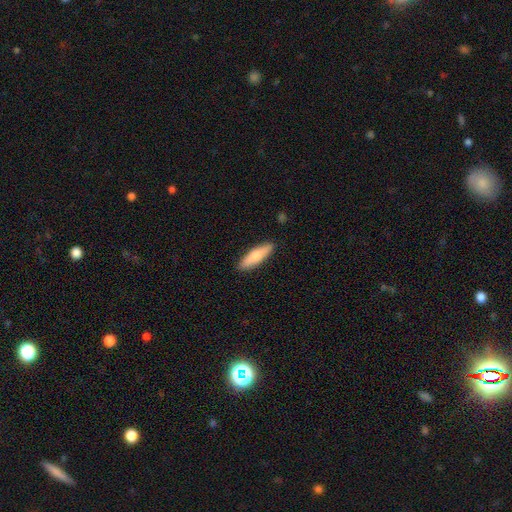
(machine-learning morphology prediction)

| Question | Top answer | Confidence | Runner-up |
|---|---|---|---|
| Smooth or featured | smooth | 75% | featured or disk (19%) |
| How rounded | cigar-shaped | 60% | in between (38%) |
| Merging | none | 89% | minor disturbance (8%) |